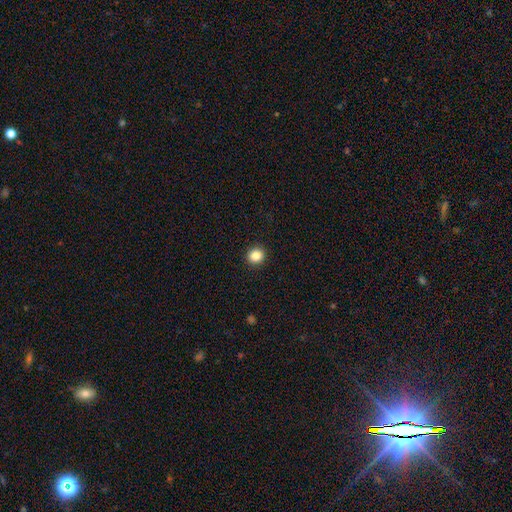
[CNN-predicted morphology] This is clearly a smooth galaxy (85%). How rounded: clearly round (89%). Merging: clearly none (93%).